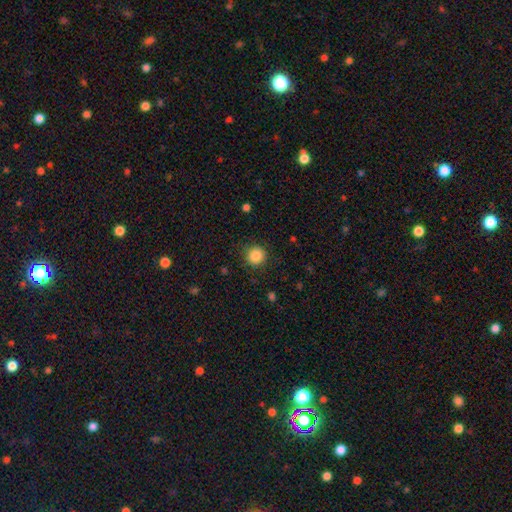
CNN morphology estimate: The model was most divided on "smooth or featured": smooth: 86%, star or artifact: 10%, featured or disk: 3%. More confident: how rounded — round (94%); merging — none (88%).